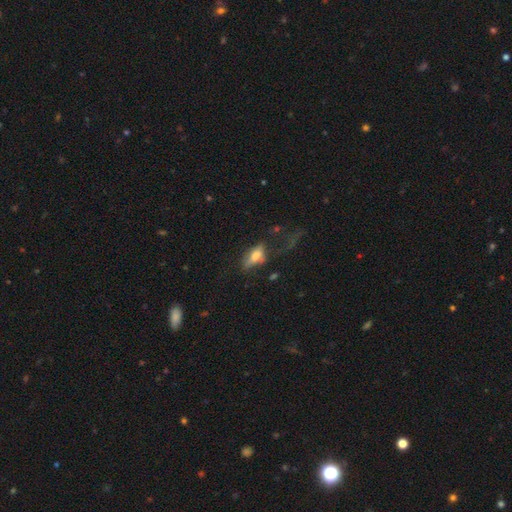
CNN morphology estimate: Smooth or featured? Predicted: smooth (p=0.58). How rounded? Predicted: in between (p=0.80). Merging? Predicted: major disturbance (p=0.38).